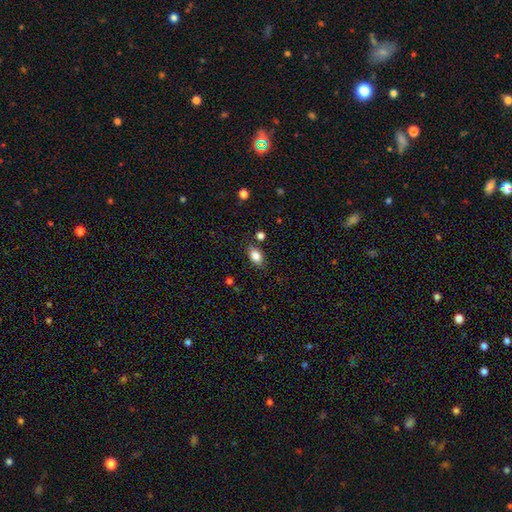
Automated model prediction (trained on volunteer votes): This appears to be a smooth galaxy with no disk features (83%) that is in between round and cigar-shaped (87%). Merging: none (82%).